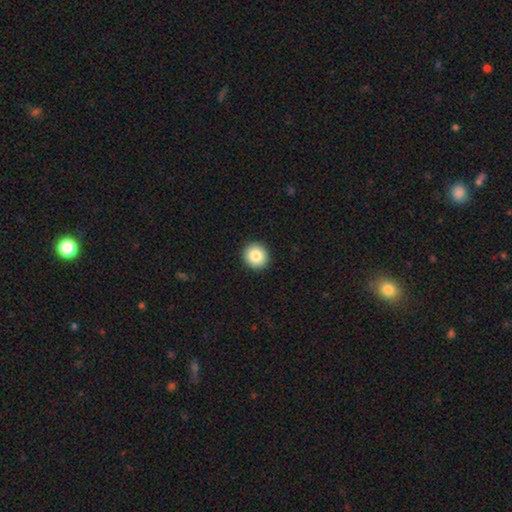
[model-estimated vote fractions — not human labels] Smooth or featured? smooth (85%)
How rounded? round (92%)
Merging? none (93%)